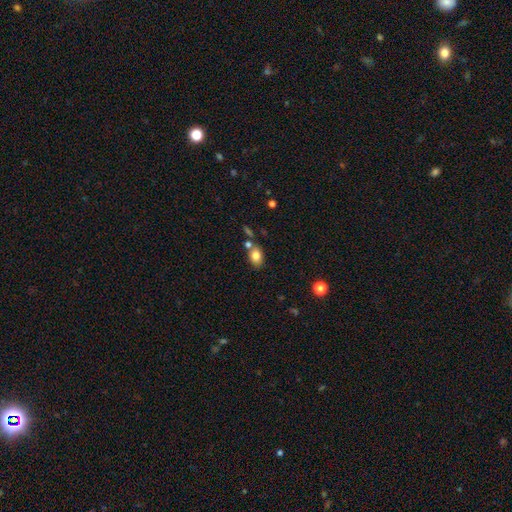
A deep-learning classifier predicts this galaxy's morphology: A smooth galaxy with no disk features (81%) that is in between round and cigar-shaped (75%). Merging: none (66%).